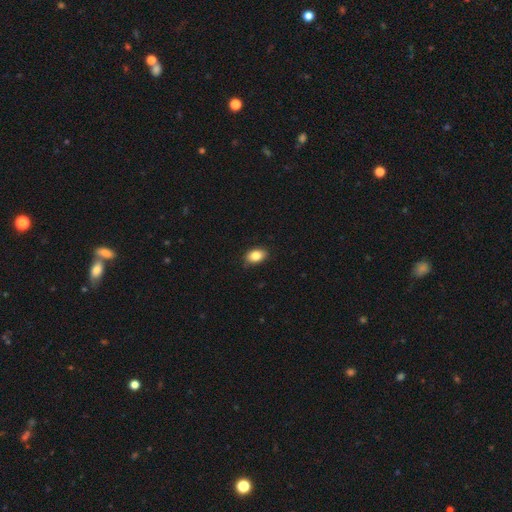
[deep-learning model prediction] smooth_or_featured: smooth (p=0.85) [alt: star or artifact p=0.08]
how_rounded: in between (p=0.85) [alt: round p=0.13]
merging: none (p=0.86) [alt: minor disturbance p=0.11]